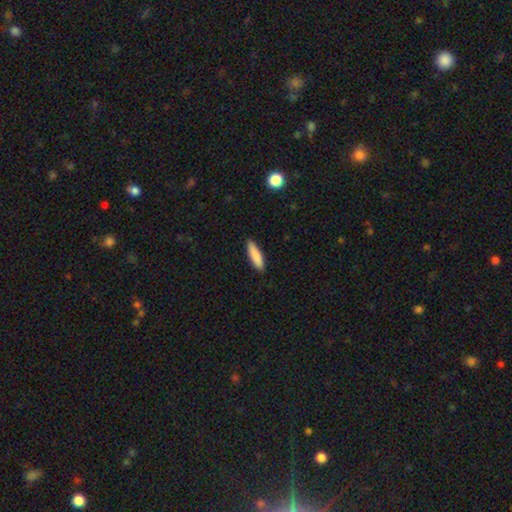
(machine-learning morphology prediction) smooth 86%, featured or disk 8%, star or artifact 6%. Down the decision tree: how rounded — cigar-shaped (72%); merging — none (89%).